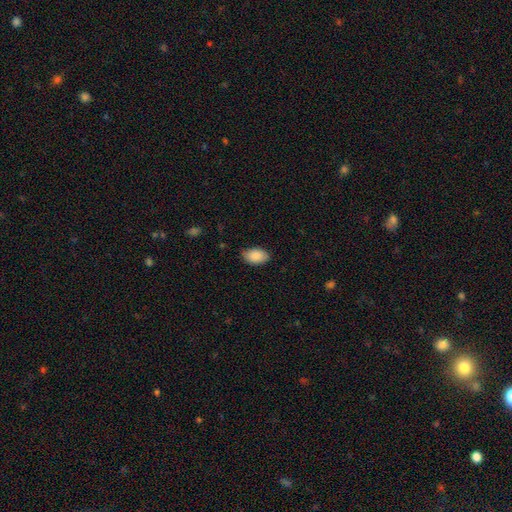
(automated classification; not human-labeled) A smooth galaxy with no disk features (88%) that is in between round and cigar-shaped (92%). Merging: none (82%).